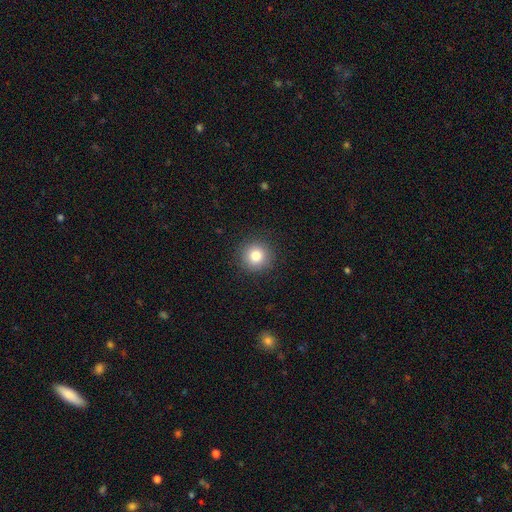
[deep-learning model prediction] Morphology: type=smooth (84%); roundness=round (94%); merging=none (90%).